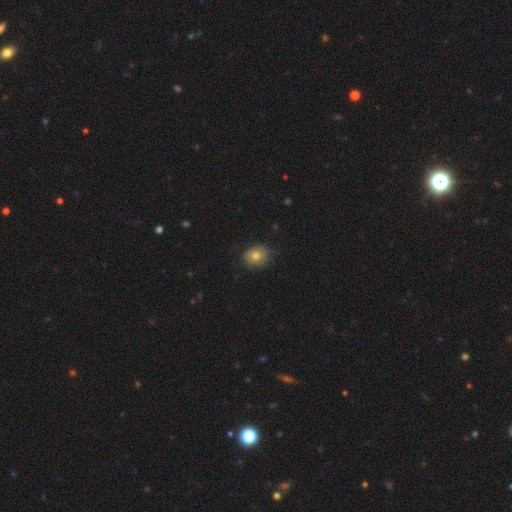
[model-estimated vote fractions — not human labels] Smooth or featured? Predicted: smooth (p=0.76). How rounded? Predicted: round (p=0.59). Merging? Predicted: none (p=0.74).